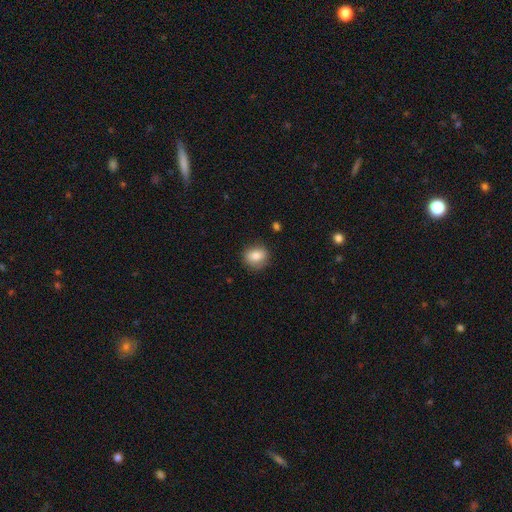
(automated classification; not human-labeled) smooth 81%, featured or disk 11%, star or artifact 9%. Down the decision tree: how rounded — round (64%); merging — none (81%).